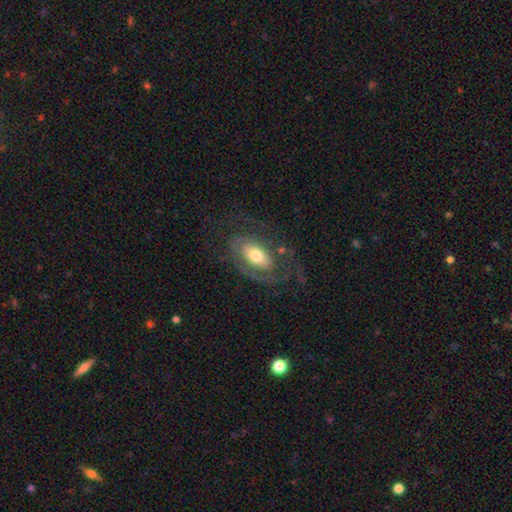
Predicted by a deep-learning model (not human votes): featured or disk 69%, smooth 25%, star or artifact 6%. Down the decision tree: edge-on disk — no (93%); bar — no (72%); spiral arms — yes (75%); bulge size — moderate (62%); merging — none (55%).